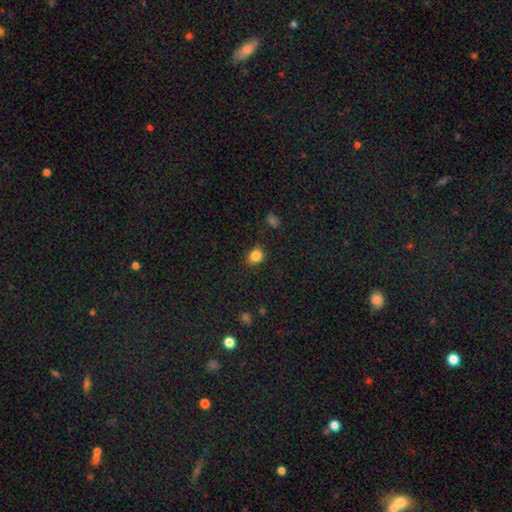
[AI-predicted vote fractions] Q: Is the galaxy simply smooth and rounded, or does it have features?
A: smooth — 84%.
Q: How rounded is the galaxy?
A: round — 58%.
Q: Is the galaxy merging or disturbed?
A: none — 83%.